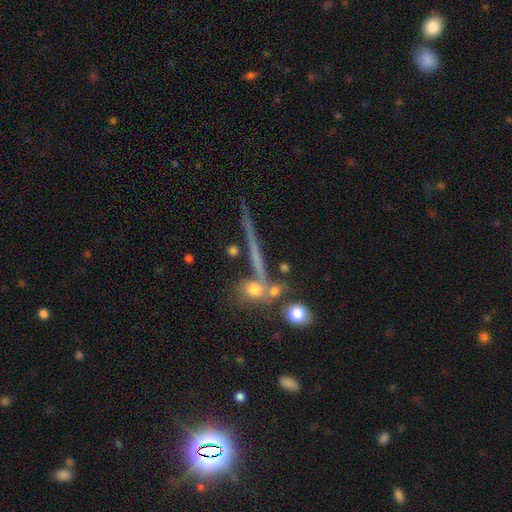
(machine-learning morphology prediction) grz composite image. It shows a featured or disk galaxy (45%). Merging: none (65%).